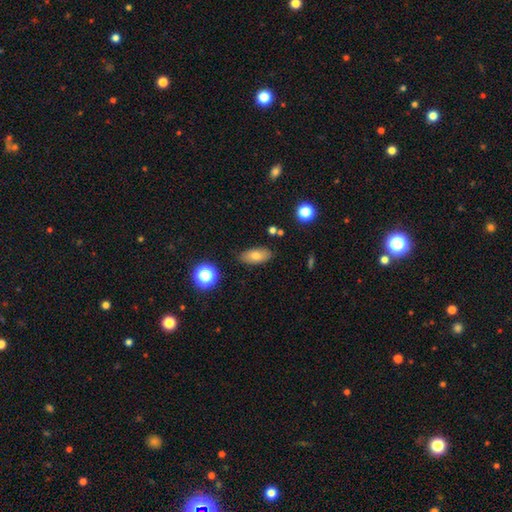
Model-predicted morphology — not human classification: type=smooth (74%); roundness=in between (87%); merging=none (84%).